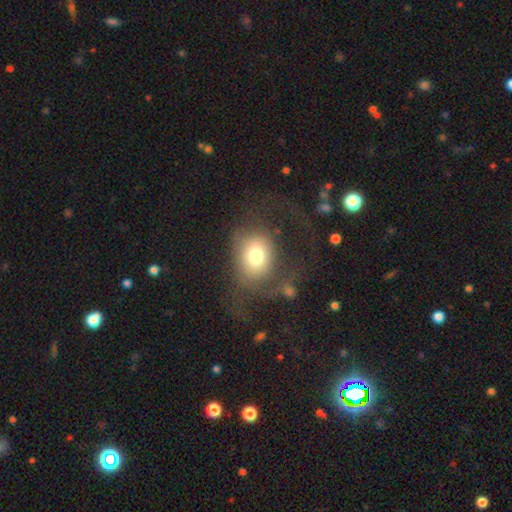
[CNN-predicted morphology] A smooth galaxy with no disk features (72%) that is round (54%).

Vote fractions:
- Smooth or featured? smooth: 72% / featured or disk: 18% / star or artifact: 10%
- How rounded? round: 54% / in between: 45% / cigar-shaped: 1%
- Merging? none: 44% / major disturbance: 34% / minor disturbance: 18% / merger: 4%